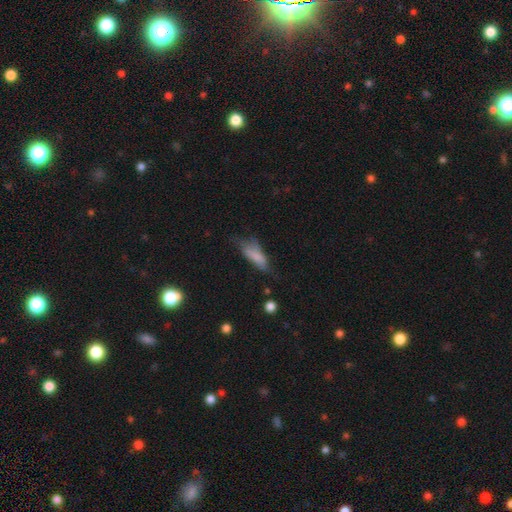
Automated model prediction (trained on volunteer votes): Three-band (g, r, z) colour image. It shows a smooth galaxy with no disk features (71%) that is in between round and cigar-shaped (64%). Merging: minor disturbance (34%).